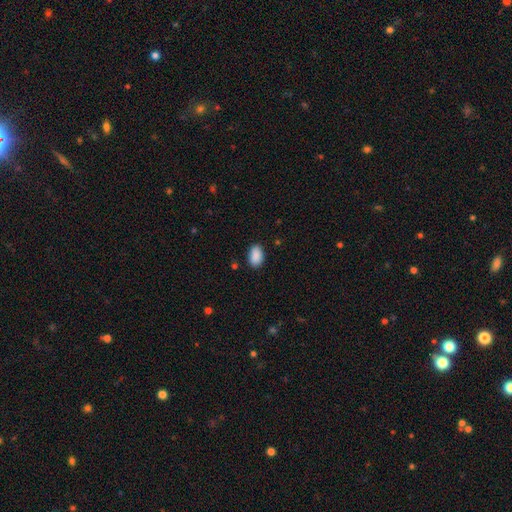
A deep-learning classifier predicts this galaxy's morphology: Overall: smooth (90%). How rounded: in between (91%). Merging: none (86%).